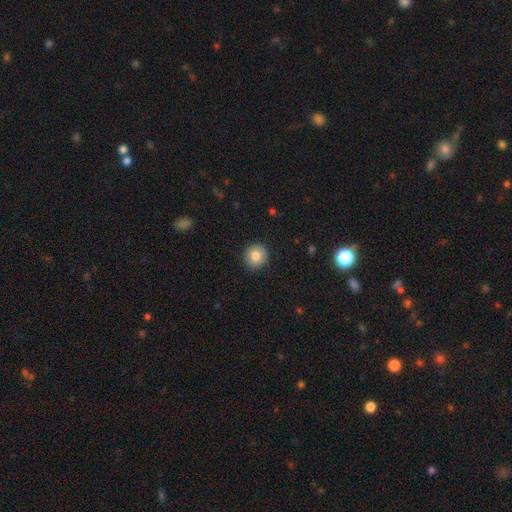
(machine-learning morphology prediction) smooth 80%, featured or disk 11%, star or artifact 9%. Down the decision tree: how rounded — round (91%); merging — none (90%).